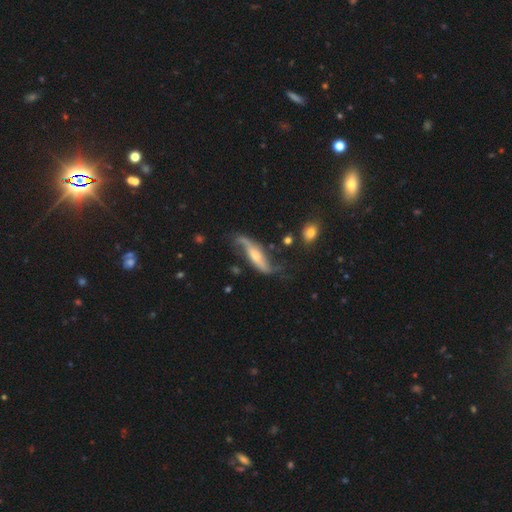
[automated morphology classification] type=featured or disk (80%); edge-on=no (75%); bar=no (40%); spiral arms=yes (92%); winding=loose (84%); arm count=2 (87%); bulge=moderate (48%); merging=none (54%).